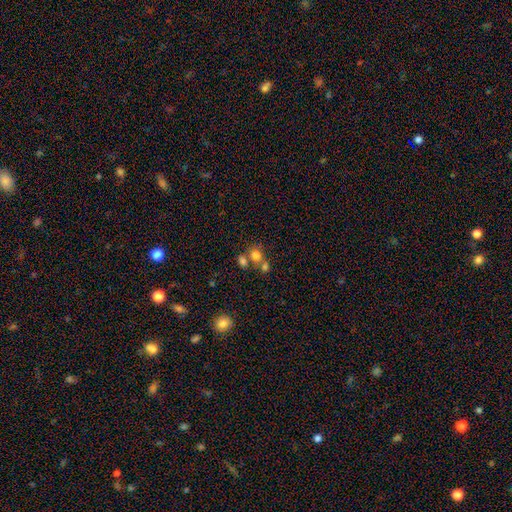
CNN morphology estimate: This appears to be a smooth galaxy with no disk features (73%) that is round (62%). Merging: merger (45%).